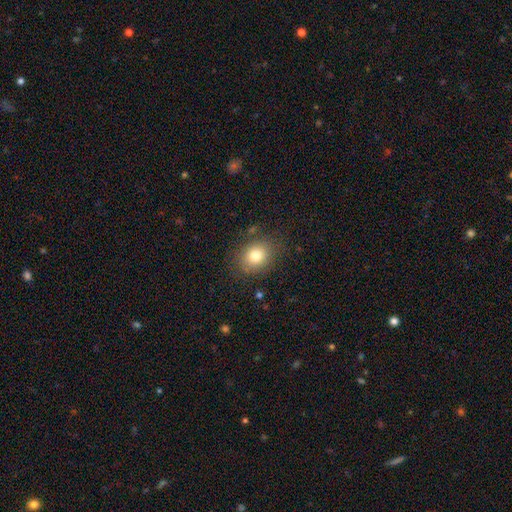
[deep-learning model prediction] Q: Smooth or featured?
A: smooth (79%); runner-up: star or artifact (11%)
Q: How rounded?
A: round (54%); runner-up: in between (45%)
Q: Merging?
A: none (81%); runner-up: minor disturbance (13%)